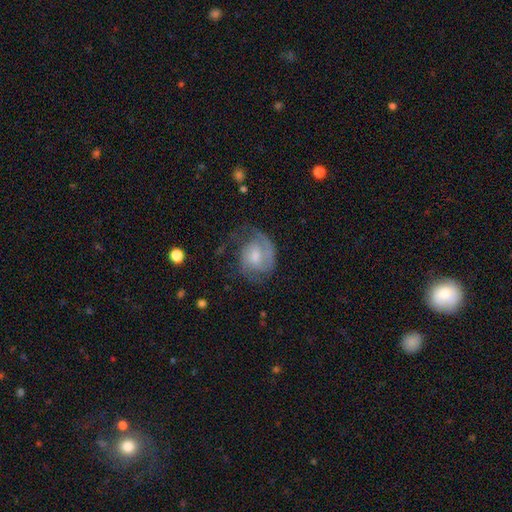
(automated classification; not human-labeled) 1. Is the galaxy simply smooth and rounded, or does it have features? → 75% featured or disk, 19% smooth, 6% star or artifact.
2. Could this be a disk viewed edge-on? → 98% no, 2% yes.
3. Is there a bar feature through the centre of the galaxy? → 47% weak, 45% no, 8% strong.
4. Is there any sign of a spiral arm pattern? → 92% yes, 8% no.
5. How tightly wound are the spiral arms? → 43% medium, 39% tight, 18% loose.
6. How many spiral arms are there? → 47% 2, 28% 1, 14% can't tell, 6% 3, 2% 4, 2% more than 4.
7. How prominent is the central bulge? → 42% moderate, 39% small, 10% none, 7% large, 1% dominant.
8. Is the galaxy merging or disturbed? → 52% none, 24% major disturbance, 22% minor disturbance, 2% merger.